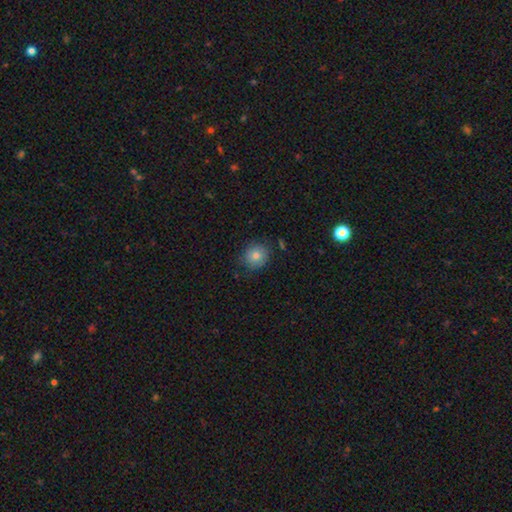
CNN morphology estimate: Smooth or featured: smooth — 80% (star or artifact — 11%)
How rounded: round — 85% (in between — 14%)
Merging: none — 83% (minor disturbance — 12%)